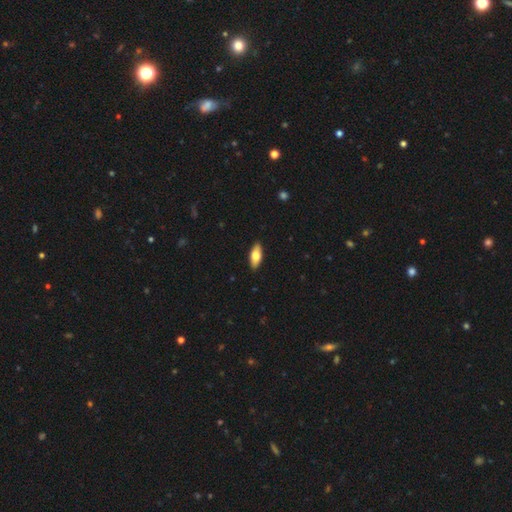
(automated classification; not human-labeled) This appears to be a smooth galaxy with no disk features (70%) that is in between round and cigar-shaped (80%). Merging: none (89%).